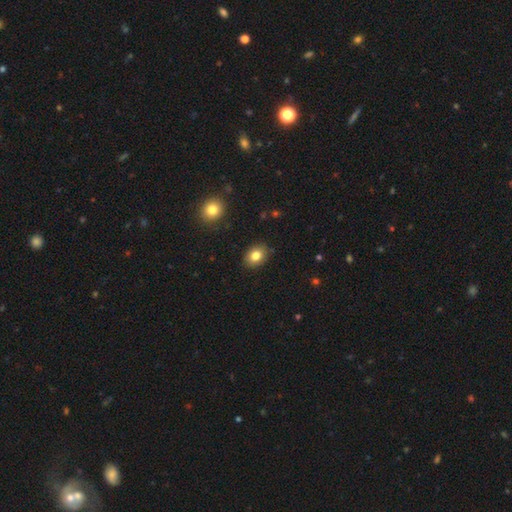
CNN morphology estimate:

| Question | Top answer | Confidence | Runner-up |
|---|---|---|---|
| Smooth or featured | smooth | 82% | star or artifact (10%) |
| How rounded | in between | 67% | round (32%) |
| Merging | none | 88% | minor disturbance (9%) |